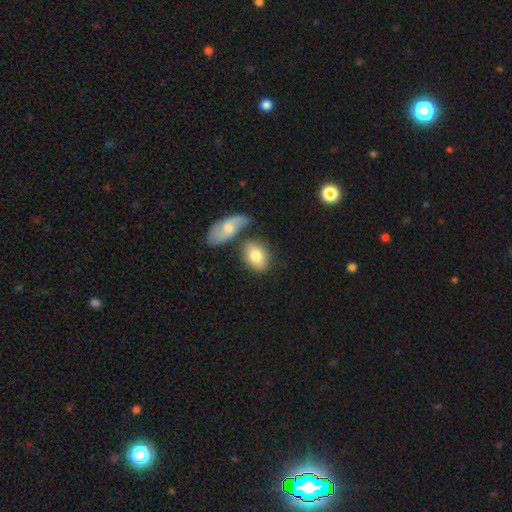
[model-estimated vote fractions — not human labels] A smooth galaxy with no disk features (77%) that is in between round and cigar-shaped (76%). Merging: none (60%).